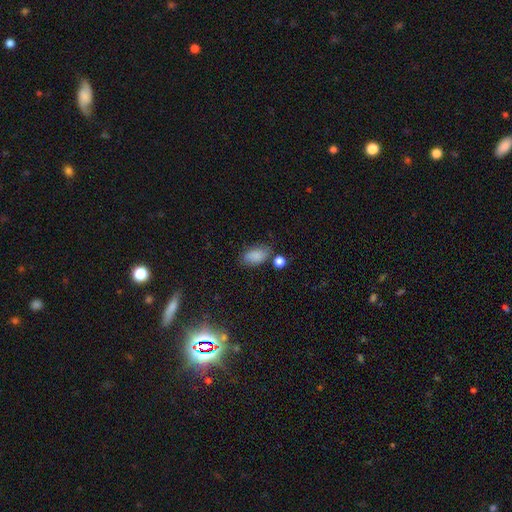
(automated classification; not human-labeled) smooth-or-featured: smooth: 84% | star or artifact: 9% | featured or disk: 7%
  how-rounded: in between: 91% | round: 7% | cigar-shaped: 2%
  merging: none: 67% | minor disturbance: 19% | merger: 8% | major disturbance: 6%